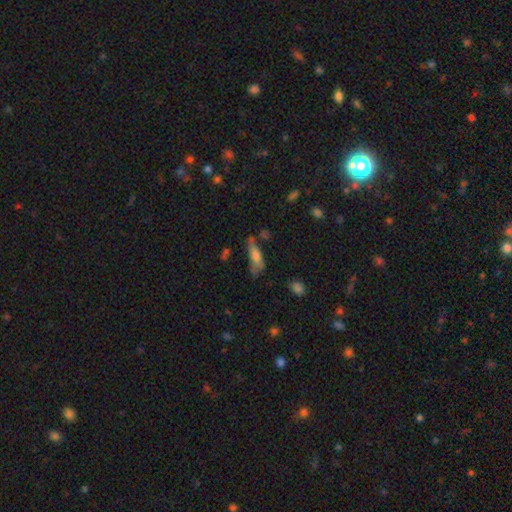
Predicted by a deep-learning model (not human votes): Smooth or featured? Predicted: smooth (p=0.65). How rounded? Predicted: in between (p=0.50). Merging? Predicted: none (p=0.45).